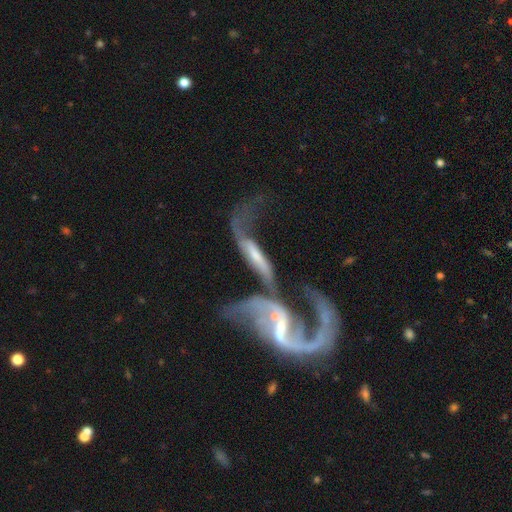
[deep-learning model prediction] Smooth or featured?
  - featured or disk: 76% *
  - smooth: 18%
  - star or artifact: 7%
Edge-on disk?
  - no: 78% *
  - yes: 22%
Bar?
  - strong: 37% *
  - weak: 33%
  - no: 30%
Spiral arms?
  - yes: 83% *
  - no: 17%
Bulge size?
  - small: 44% *
  - moderate: 31%
  - none: 17%
  - large: 6%
  - dominant: 2%
Merging?
  - merger: 60% *
  - major disturbance: 16%
  - none: 15%
  - minor disturbance: 9%